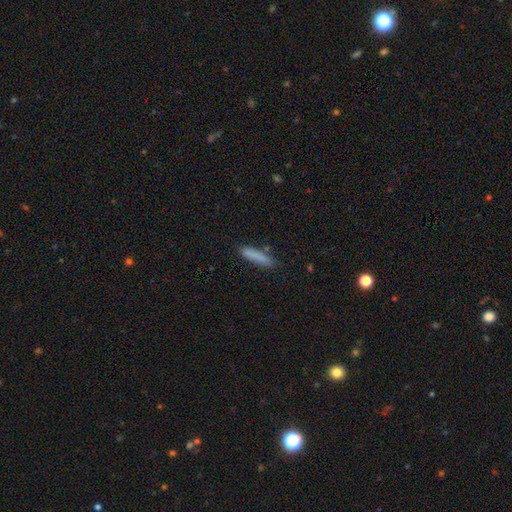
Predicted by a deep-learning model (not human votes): A smooth galaxy with no disk features (84%) that is cigar-shaped (86%).

Vote fractions:
- Smooth or featured? smooth: 84% / featured or disk: 9% / star or artifact: 7%
- How rounded? cigar-shaped: 86% / in between: 12% / round: 1%
- Merging? none: 82% / minor disturbance: 12% / merger: 3% / major disturbance: 3%